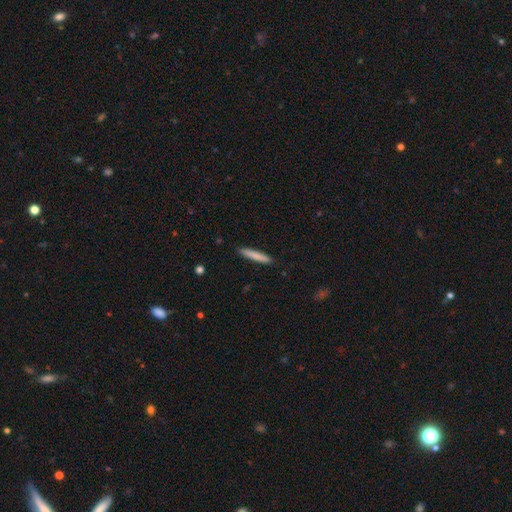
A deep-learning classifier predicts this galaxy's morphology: smooth-or-featured: smooth: 83% | featured or disk: 12% | star or artifact: 6%
  how-rounded: cigar-shaped: 93% | in between: 6% | round: 1%
  merging: none: 90% | minor disturbance: 7% | major disturbance: 1% | merger: 1%